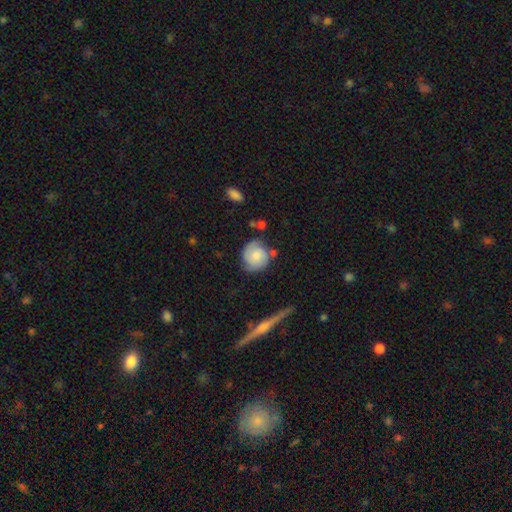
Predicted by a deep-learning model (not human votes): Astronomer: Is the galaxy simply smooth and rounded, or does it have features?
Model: featured or disk — 52% (runner-up: smooth, 41%).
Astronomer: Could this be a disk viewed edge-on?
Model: no — 97%.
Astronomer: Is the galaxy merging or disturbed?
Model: none — 66%.